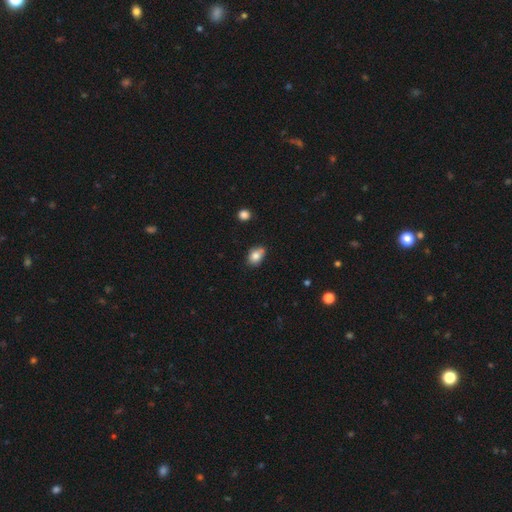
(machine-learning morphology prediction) smooth-or-featured: smooth: 80% | featured or disk: 11% | star or artifact: 10%
  how-rounded: in between: 69% | round: 29% | cigar-shaped: 1%
  merging: none: 58% | minor disturbance: 26% | merger: 11% | major disturbance: 5%